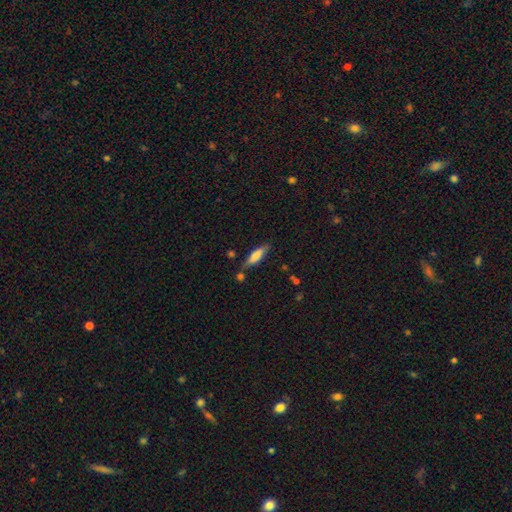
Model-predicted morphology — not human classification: Smooth or featured? Predicted: smooth (p=0.68). How rounded? Predicted: cigar-shaped (p=0.64). Merging? Predicted: none (p=0.68).